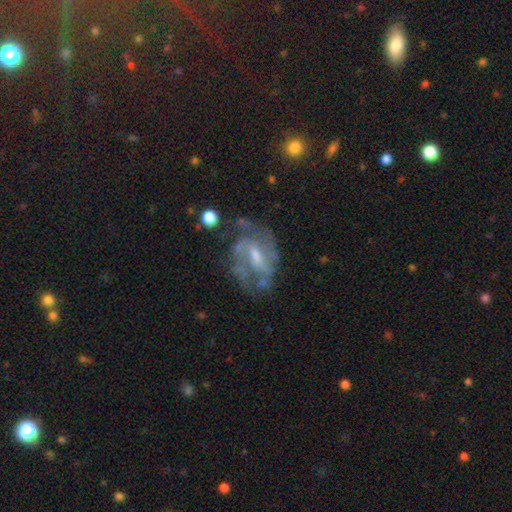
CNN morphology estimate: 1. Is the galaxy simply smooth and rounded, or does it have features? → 78% featured or disk, 14% smooth, 8% star or artifact.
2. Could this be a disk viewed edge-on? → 96% no, 4% yes.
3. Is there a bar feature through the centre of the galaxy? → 51% weak, 29% no, 20% strong.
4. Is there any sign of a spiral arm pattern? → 82% yes, 18% no.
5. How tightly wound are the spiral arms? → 47% medium, 32% tight, 21% loose.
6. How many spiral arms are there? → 46% 2, 28% can't tell, 15% 3, 5% 1, 4% 4, 3% more than 4.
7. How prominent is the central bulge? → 45% small, 42% moderate, 8% none, 3% large, 1% dominant.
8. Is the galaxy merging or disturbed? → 54% none, 22% minor disturbance, 19% major disturbance, 5% merger.